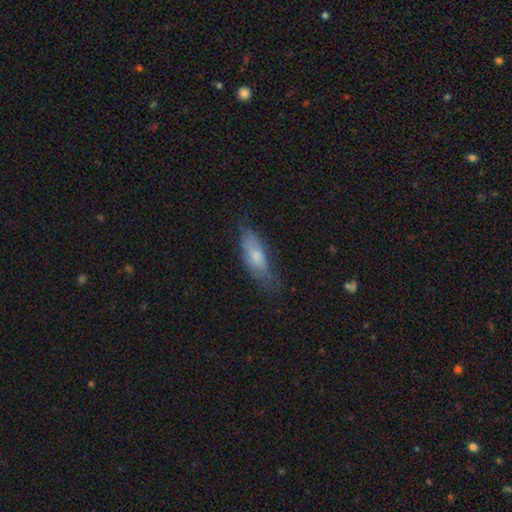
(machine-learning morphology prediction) Smooth or featured? Predicted: smooth (p=0.65). How rounded? Predicted: in between (p=0.63). Merging? Predicted: none (p=0.59).